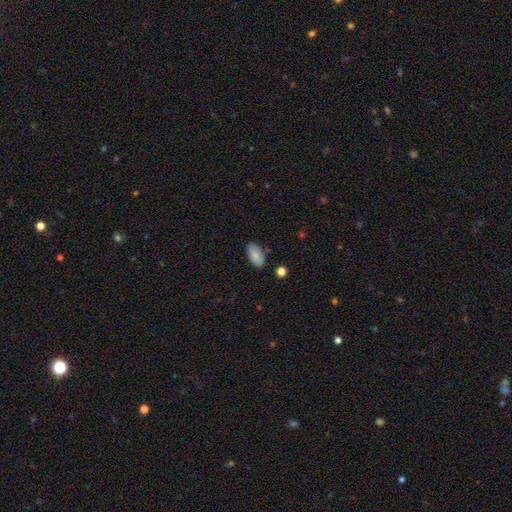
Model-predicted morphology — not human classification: The model was most divided on "merging": none: 80%, minor disturbance: 15%, major disturbance: 3%, merger: 3%. More confident: how rounded — in between (94%); smooth or featured — smooth (84%).